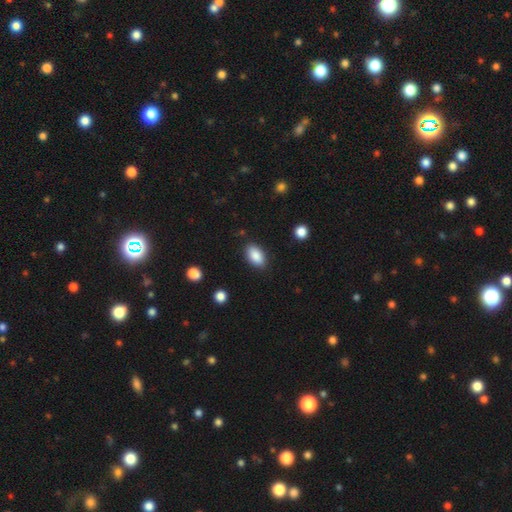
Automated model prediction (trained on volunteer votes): Overall: smooth (87%). How rounded: in between (92%). Merging: none (86%).